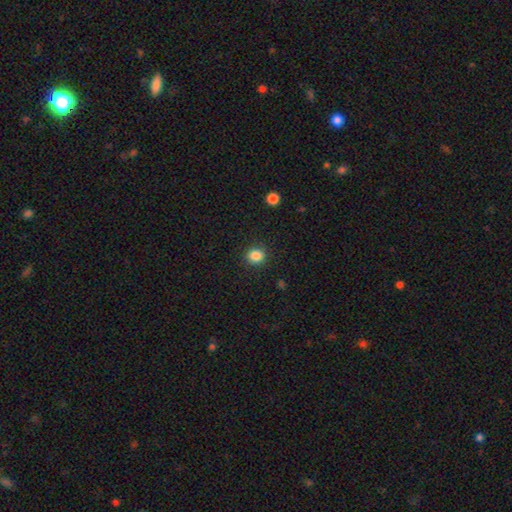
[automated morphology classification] Smooth or featured? smooth (86%)
How rounded? round (80%)
Merging? none (89%)